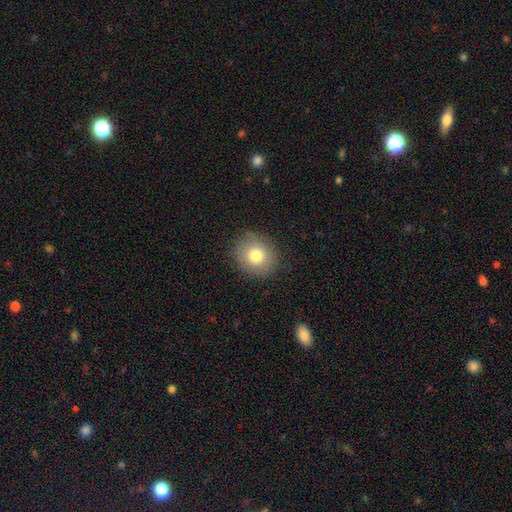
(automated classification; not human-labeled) Overall: smooth (78%). How rounded: round (78%). Merging: none (87%).